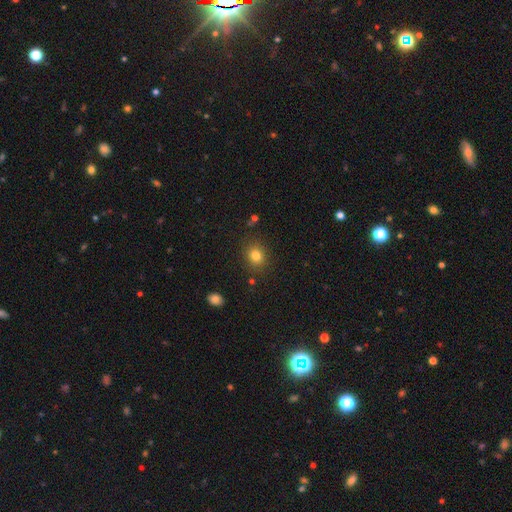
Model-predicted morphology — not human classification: Smooth or featured: smooth — 81% (star or artifact — 12%)
How rounded: round — 67% (in between — 32%)
Merging: none — 85% (minor disturbance — 9%)